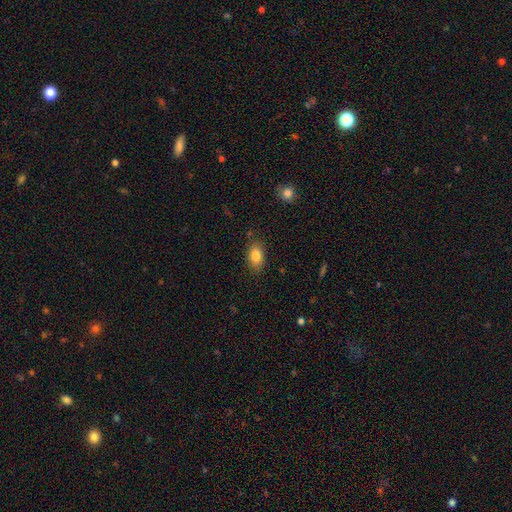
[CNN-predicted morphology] smooth-or-featured: smooth: 83% | featured or disk: 9% | star or artifact: 9%
  how-rounded: in between: 87% | round: 10% | cigar-shaped: 3%
  merging: none: 84% | minor disturbance: 12% | major disturbance: 3% | merger: 2%